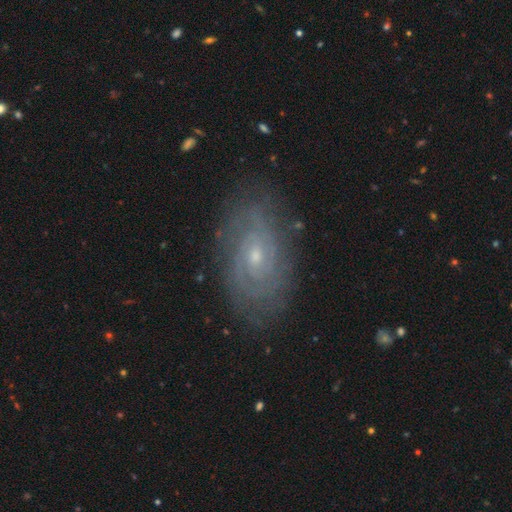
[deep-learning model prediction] Q: Smooth or featured?
A: featured or disk (79%); runner-up: smooth (13%)
Q: Edge-on disk?
A: no (95%); runner-up: yes (5%)
Q: Bar?
A: no (62%); runner-up: weak (33%)
Q: Spiral arms?
A: yes (92%); runner-up: no (8%)
Q: Spiral winding?
A: tight (71%); runner-up: medium (23%)
Q: Spiral arm count?
A: can't tell (42%); runner-up: 2 (31%)
Q: Bulge size?
A: small (67%); runner-up: moderate (29%)
Q: Merging?
A: none (82%); runner-up: minor disturbance (13%)